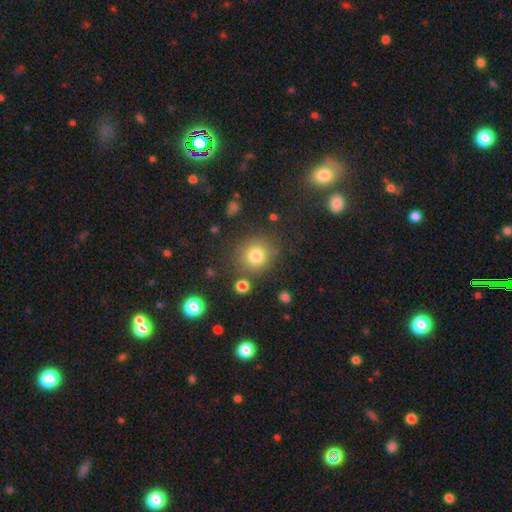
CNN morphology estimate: Smooth or featured? smooth (78%)
How rounded? round (86%)
Merging? none (81%)